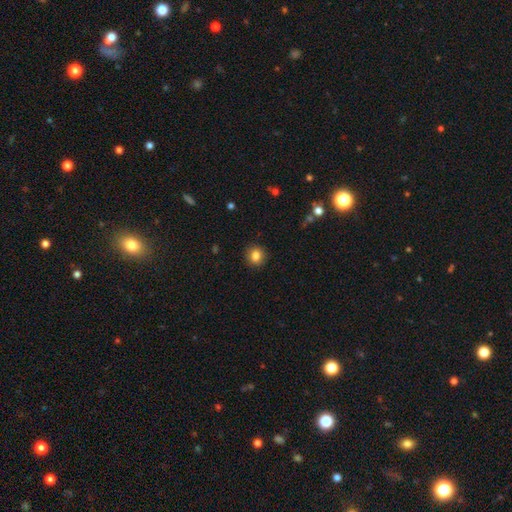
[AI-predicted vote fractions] This is clearly a smooth galaxy (83%). How rounded: clearly round (86%). Merging: clearly none (91%).